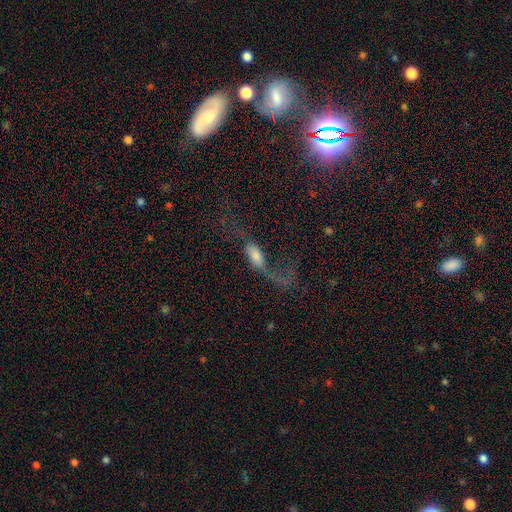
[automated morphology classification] Smooth or featured: featured or disk — 53% (smooth — 34%)
Edge-on disk: no — 81% (yes — 19%)
Merging: major disturbance — 53% (none — 27%)